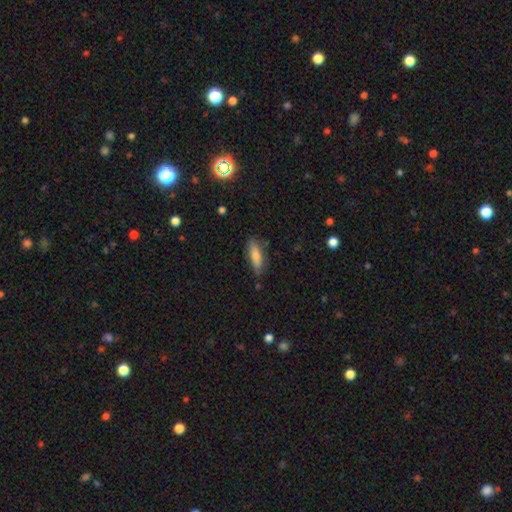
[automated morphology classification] A smooth galaxy with no disk features (71%) that is cigar-shaped (58%).

Vote fractions:
- Smooth or featured? smooth: 71% / featured or disk: 21% / star or artifact: 8%
- How rounded? cigar-shaped: 58% / in between: 40% / round: 2%
- Merging? none: 78% / minor disturbance: 17% / major disturbance: 3% / merger: 2%